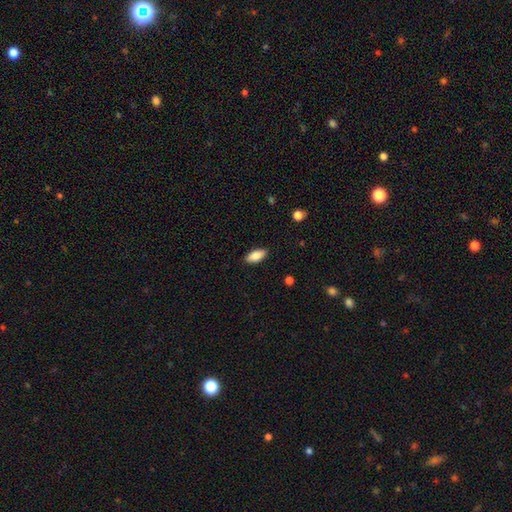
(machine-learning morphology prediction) Smooth or featured? Predicted: smooth (p=0.84). How rounded? Predicted: in between (p=0.86). Merging? Predicted: none (p=0.88).